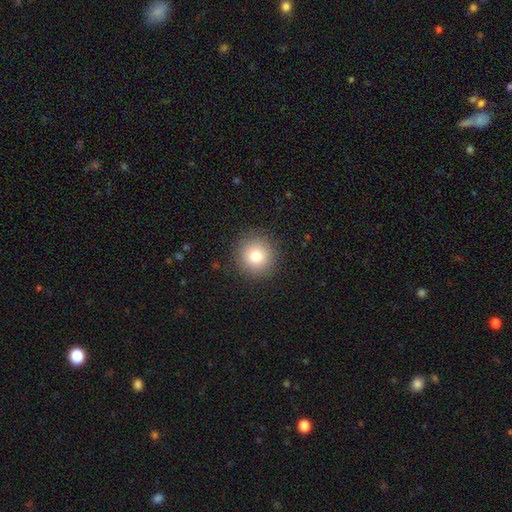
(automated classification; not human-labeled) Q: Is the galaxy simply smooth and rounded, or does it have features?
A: smooth — 78%.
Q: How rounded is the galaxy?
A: round — 95%.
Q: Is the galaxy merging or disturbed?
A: none — 91%.